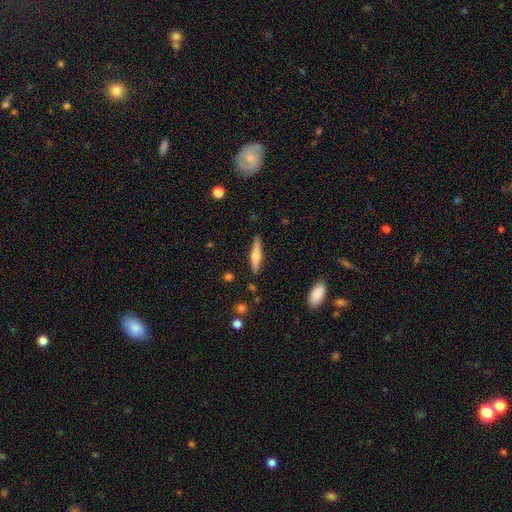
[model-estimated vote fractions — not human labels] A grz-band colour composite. It shows a featured or disk galaxy (52%) viewed edge-on (95%). Merging: none (88%).